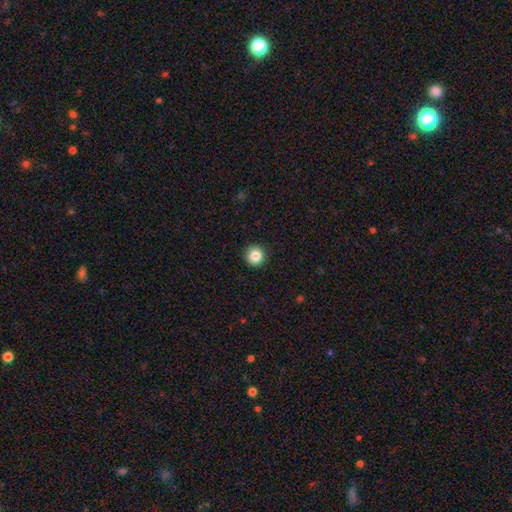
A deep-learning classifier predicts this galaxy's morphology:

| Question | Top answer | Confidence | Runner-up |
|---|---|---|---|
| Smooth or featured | smooth | 85% | star or artifact (10%) |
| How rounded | round | 95% | in between (4%) |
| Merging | none | 92% | minor disturbance (5%) |